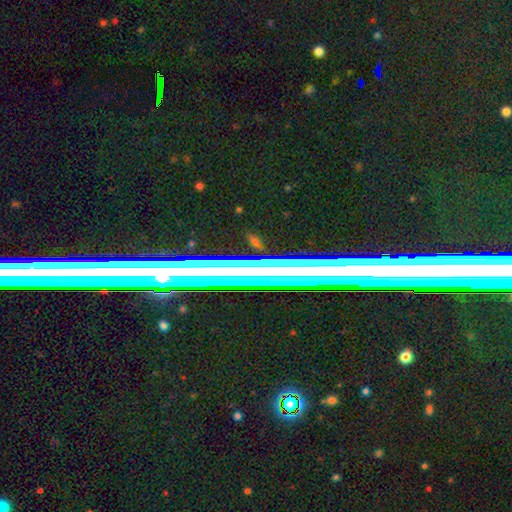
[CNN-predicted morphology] Smooth or featured: star or artifact — 45% (featured or disk — 32%)